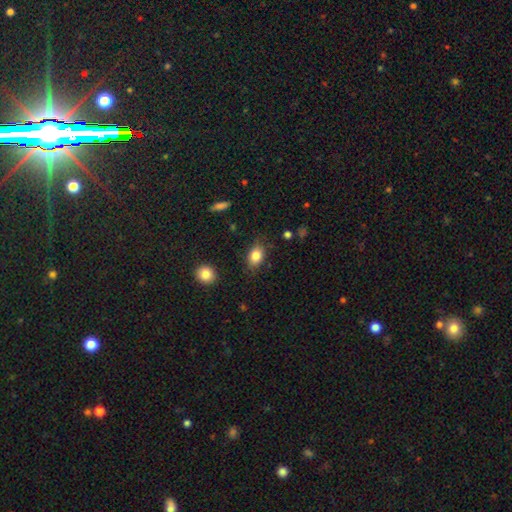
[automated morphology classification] Overall: smooth (84%). How rounded: in between (77%). Merging: none (78%).